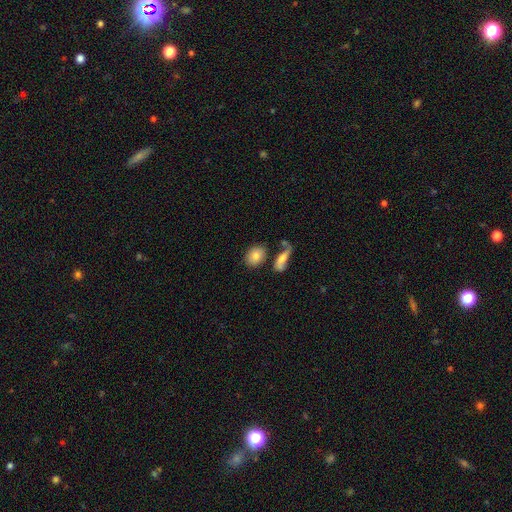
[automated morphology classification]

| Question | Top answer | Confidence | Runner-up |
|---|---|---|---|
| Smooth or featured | smooth | 78% | featured or disk (14%) |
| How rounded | in between | 67% | round (30%) |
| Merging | none | 66% | merger (16%) |